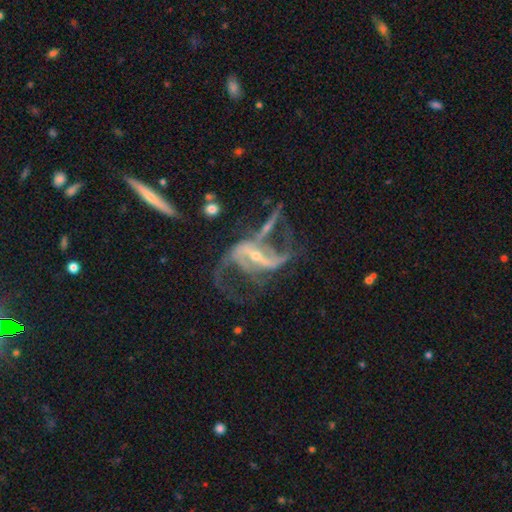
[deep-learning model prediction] Smooth or featured: featured or disk — 88% (star or artifact — 8%)
Edge-on disk: no — 95% (yes — 5%)
Bar: strong — 54% (weak — 29%)
Spiral arms: yes — 94% (no — 6%)
Spiral winding: loose — 62% (medium — 30%)
Spiral arm count: 2 — 70% (3 — 10%)
Bulge size: small — 63% (moderate — 32%)
Merging: none — 39% (major disturbance — 31%)